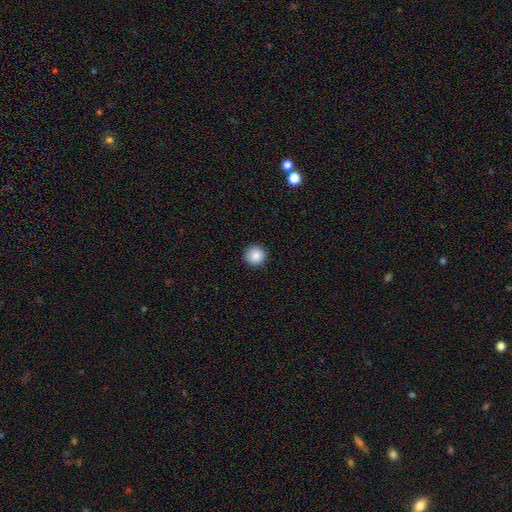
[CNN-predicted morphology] The model was most divided on "smooth or featured": smooth: 88%, star or artifact: 9%, featured or disk: 4%. More confident: how rounded — round (95%); merging — none (92%).